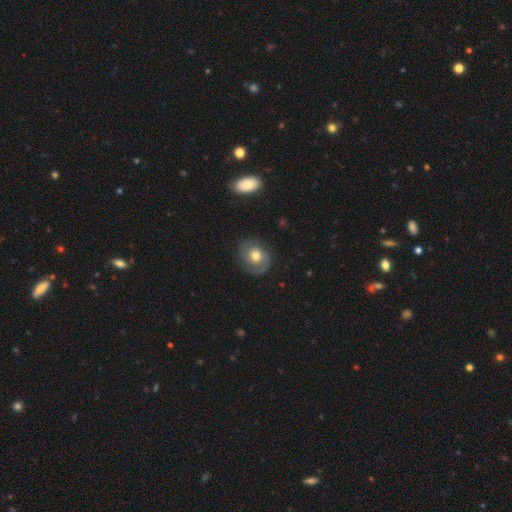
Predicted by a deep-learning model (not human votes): Smooth or featured?
  - featured or disk: 53% *
  - smooth: 38%
  - star or artifact: 8%
Edge-on disk?
  - no: 96% *
  - yes: 4%
Bar?
  - no: 78% *
  - weak: 19%
  - strong: 4%
Spiral arms?
  - yes: 79% *
  - no: 21%
Bulge size?
  - moderate: 72% *
  - large: 14%
  - small: 11%
  - dominant: 1%
  - none: 1%
Merging?
  - none: 73% *
  - minor disturbance: 17%
  - major disturbance: 8%
  - merger: 1%